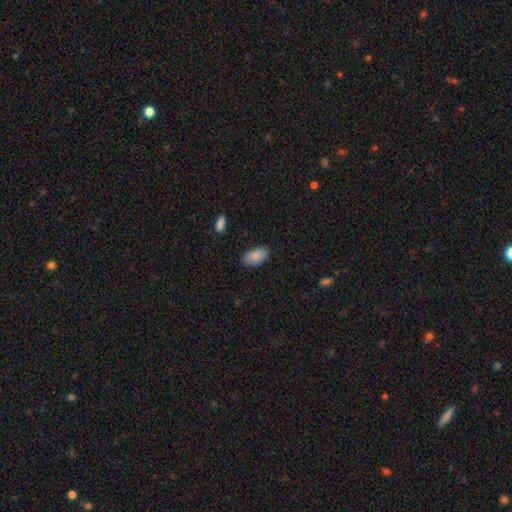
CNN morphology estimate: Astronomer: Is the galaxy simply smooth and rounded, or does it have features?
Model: smooth — 86%.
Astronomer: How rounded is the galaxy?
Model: in between — 94%.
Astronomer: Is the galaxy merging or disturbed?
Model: none — 83%.